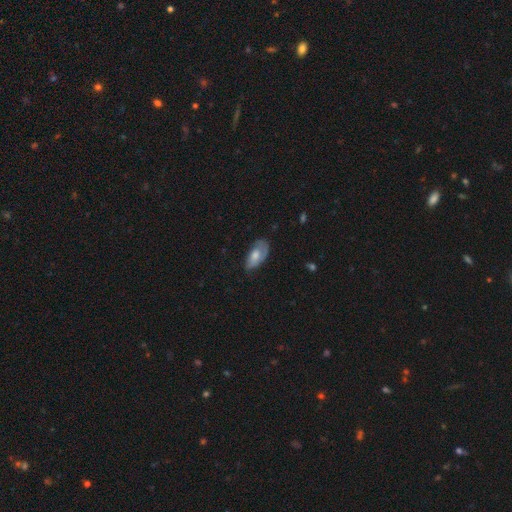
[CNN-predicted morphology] A smooth galaxy with no disk features (57%) that is in between round and cigar-shaped (91%).

Vote fractions:
- Smooth or featured? smooth: 57% / featured or disk: 36% / star or artifact: 7%
- How rounded? in between: 91% / cigar-shaped: 5% / round: 4%
- Merging? none: 52% / minor disturbance: 32% / major disturbance: 14% / merger: 2%